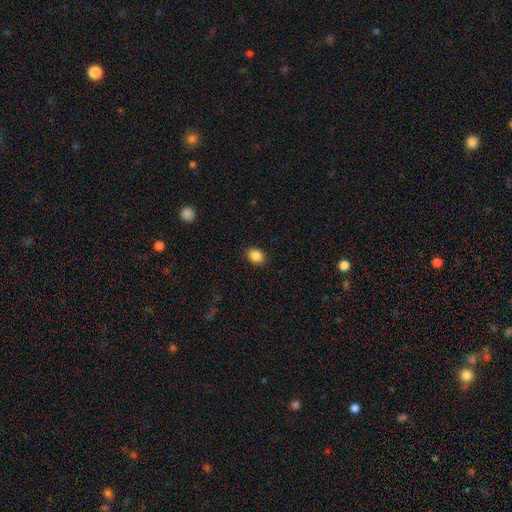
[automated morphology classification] smooth_or_featured: smooth (p=0.88) [alt: star or artifact p=0.09]
how_rounded: in between (p=0.69) [alt: round p=0.30]
merging: none (p=0.89) [alt: minor disturbance p=0.08]